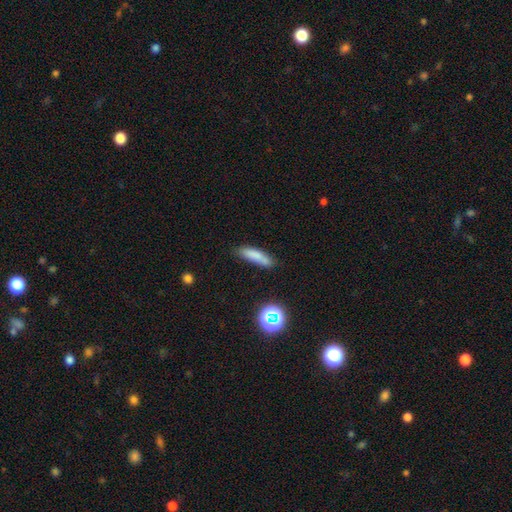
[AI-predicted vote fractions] Q: Smooth or featured?
A: smooth (76%); runner-up: featured or disk (13%)
Q: How rounded?
A: cigar-shaped (67%); runner-up: in between (31%)
Q: Merging?
A: none (67%); runner-up: minor disturbance (20%)